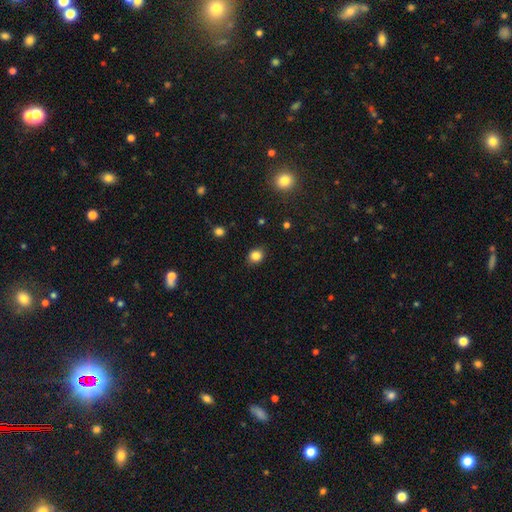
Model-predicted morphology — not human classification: type=smooth (84%); roundness=round (69%); merging=none (87%).